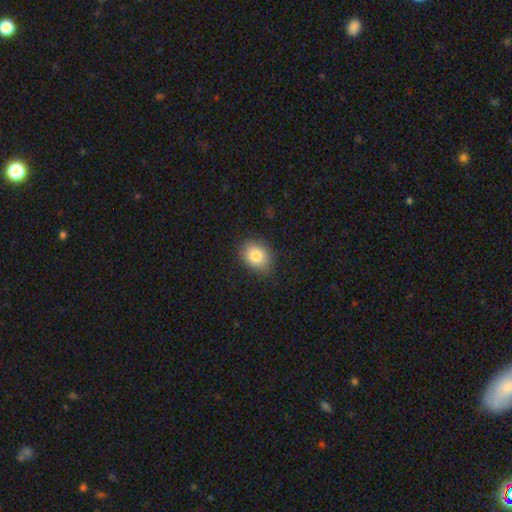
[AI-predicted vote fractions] This appears to be a smooth galaxy with no disk features (83%) that is in between round and cigar-shaped (60%). Merging: none (80%).